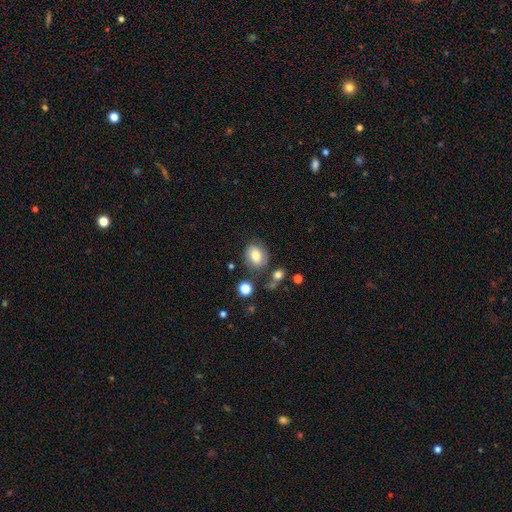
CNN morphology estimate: Smooth or featured?
  - smooth: 70% *
  - featured or disk: 21%
  - star or artifact: 10%
How rounded?
  - round: 59% *
  - in between: 40%
  - cigar-shaped: 1%
Merging?
  - none: 69% *
  - minor disturbance: 18%
  - major disturbance: 7%
  - merger: 6%